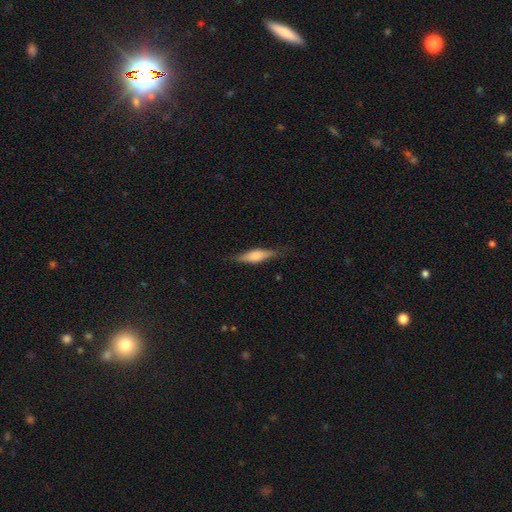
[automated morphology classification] A smooth galaxy with no disk features (54%) that is cigar-shaped (61%). Merging: none (80%).